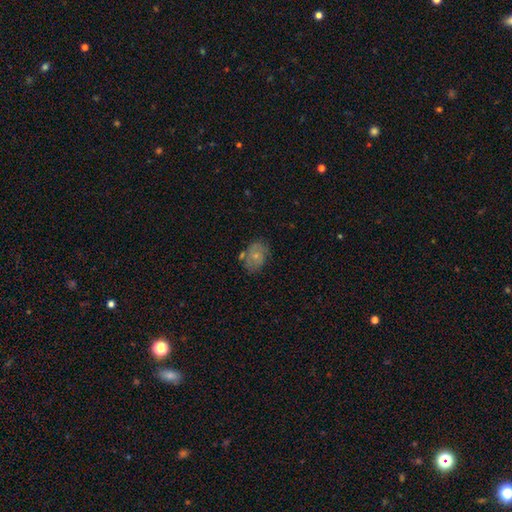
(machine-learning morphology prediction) A smooth galaxy with no disk features (51%) that is in between round and cigar-shaped (70%).

Vote fractions:
- Smooth or featured? smooth: 51% / featured or disk: 40% / star or artifact: 9%
- How rounded? in between: 70% / round: 29% / cigar-shaped: 1%
- Merging? none: 63% / minor disturbance: 22% / merger: 8% / major disturbance: 7%